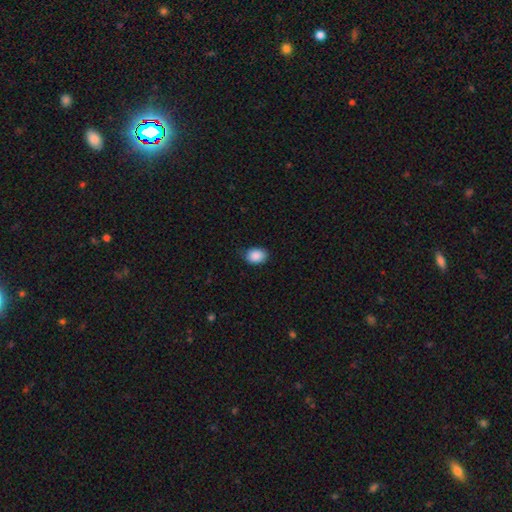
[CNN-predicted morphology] A smooth galaxy with no disk features (89%) that is in between round and cigar-shaped (68%).

Vote fractions:
- Smooth or featured? smooth: 89% / star or artifact: 8% / featured or disk: 3%
- How rounded? in between: 68% / round: 31% / cigar-shaped: 1%
- Merging? none: 81% / minor disturbance: 16% / major disturbance: 3% / merger: 1%